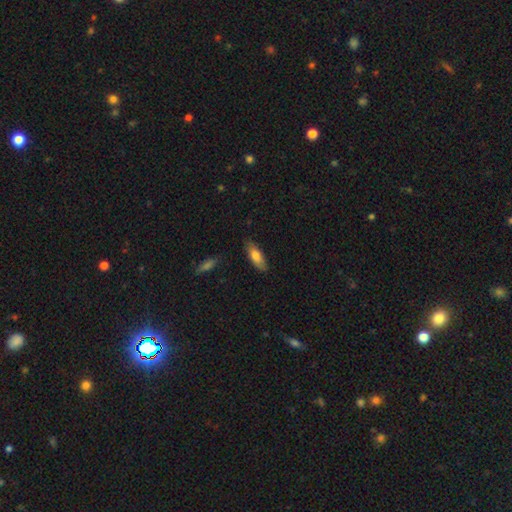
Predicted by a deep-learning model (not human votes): Morphology: type=smooth (75%); roundness=in between (67%); merging=none (82%).